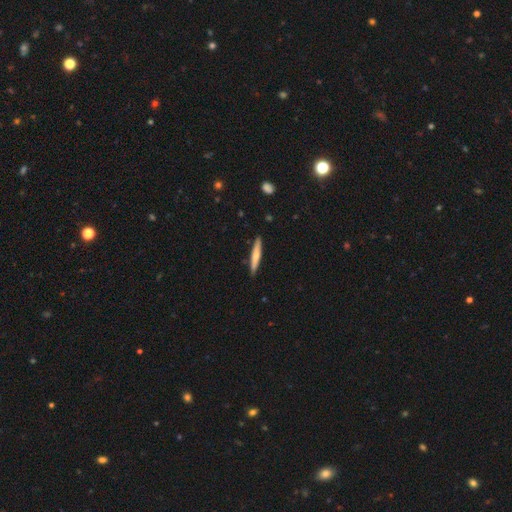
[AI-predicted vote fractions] Overall: smooth (62%; featured or disk 32%). How rounded: cigar-shaped (93%). Merging: none (89%).